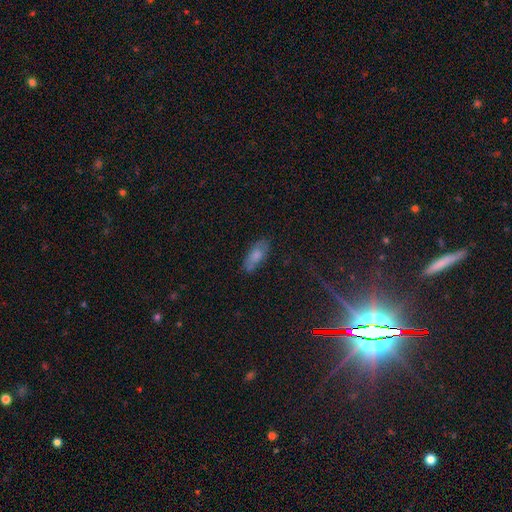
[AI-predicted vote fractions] Morphology: type=smooth (70%); roundness=in between (79%); merging=none (71%).